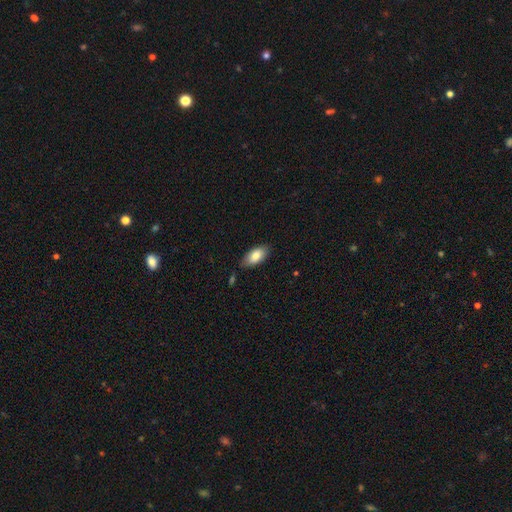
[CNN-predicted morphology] smooth-or-featured: smooth: 82% | featured or disk: 11% | star or artifact: 7%
  how-rounded: in between: 91% | cigar-shaped: 7% | round: 3%
  merging: none: 80% | minor disturbance: 15% | major disturbance: 3% | merger: 3%